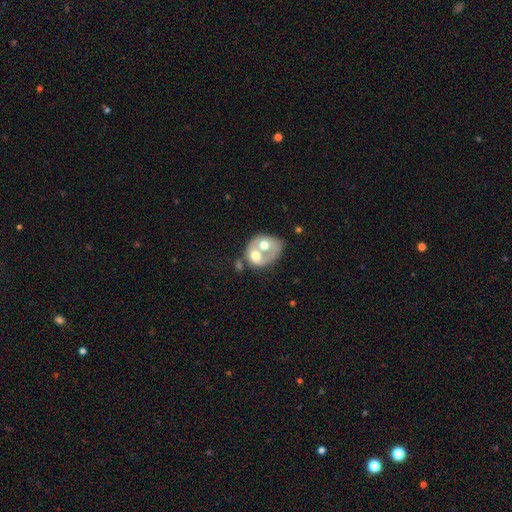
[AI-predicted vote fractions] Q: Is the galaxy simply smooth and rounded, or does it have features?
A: featured or disk — 48%.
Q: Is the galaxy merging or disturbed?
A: merger — 71%.